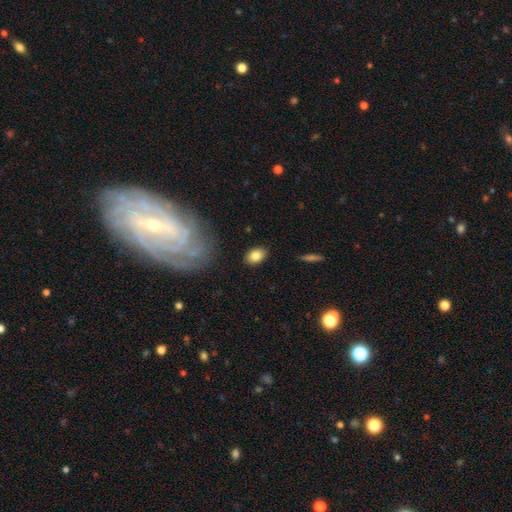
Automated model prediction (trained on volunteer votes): A smooth galaxy with no disk features (83%) that is in between round and cigar-shaped (81%). Merging: none (86%).